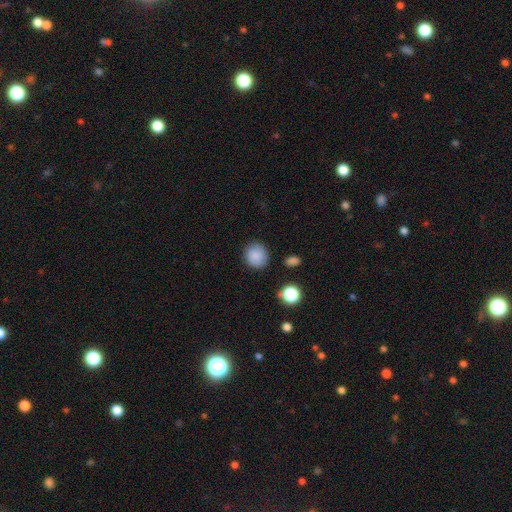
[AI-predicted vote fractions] A smooth galaxy with no disk features (86%) that is round (83%).

Vote fractions:
- Smooth or featured? smooth: 86% / star or artifact: 10% / featured or disk: 5%
- How rounded? round: 83% / in between: 16% / cigar-shaped: 1%
- Merging? none: 83% / minor disturbance: 11% / major disturbance: 3% / merger: 2%